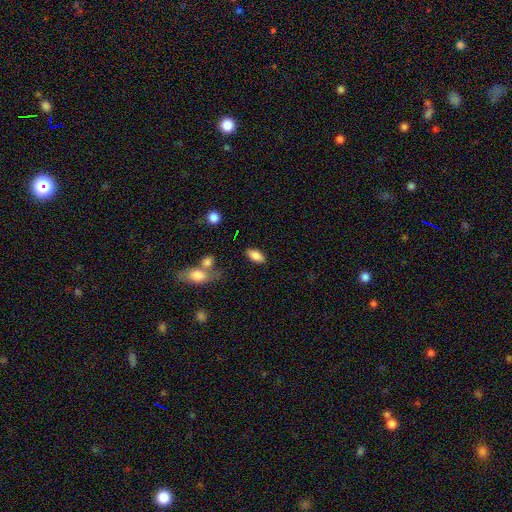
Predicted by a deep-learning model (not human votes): smooth 83%, featured or disk 9%, star or artifact 7%. Down the decision tree: how rounded — in between (90%); merging — none (80%).